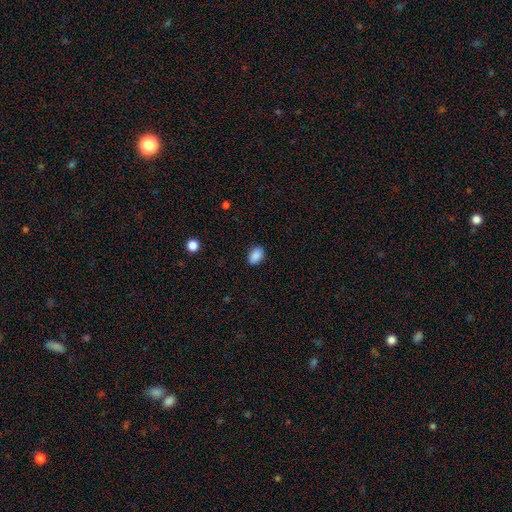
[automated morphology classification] Smooth or featured? smooth (88%)
How rounded? in between (83%)
Merging? none (86%)